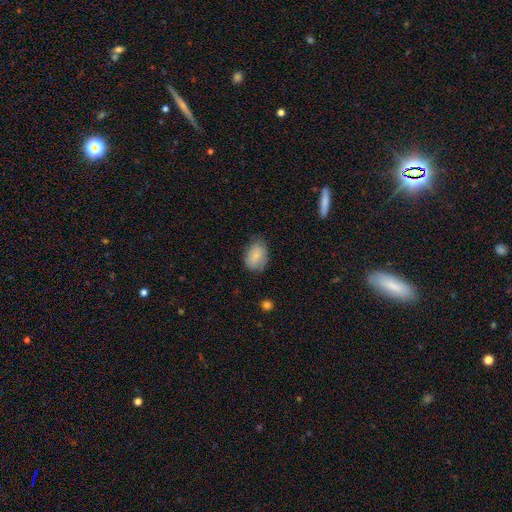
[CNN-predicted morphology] Q: Smooth or featured?
A: smooth (81%); runner-up: featured or disk (12%)
Q: How rounded?
A: in between (79%); runner-up: round (20%)
Q: Merging?
A: none (67%); runner-up: minor disturbance (26%)